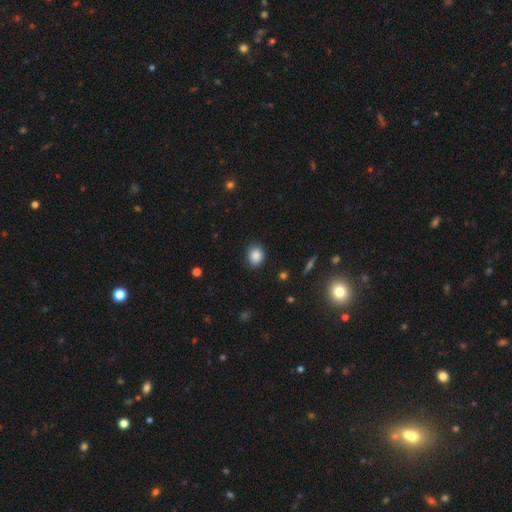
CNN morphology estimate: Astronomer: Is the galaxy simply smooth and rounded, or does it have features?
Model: smooth — 86%.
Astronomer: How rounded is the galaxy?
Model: round — 54% (runner-up: in between, 45%).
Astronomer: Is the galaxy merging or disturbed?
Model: none — 82%.